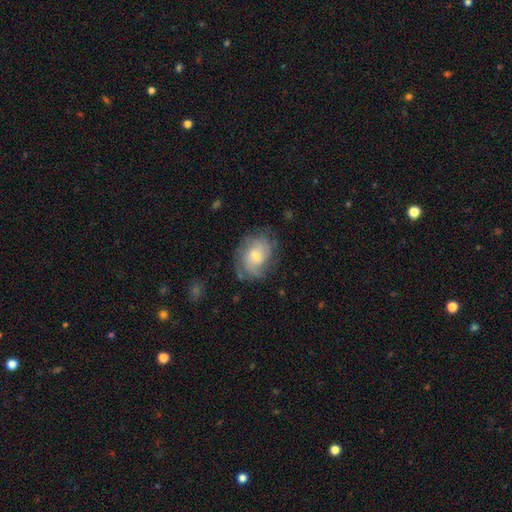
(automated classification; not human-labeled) A featured or disk galaxy (56%) with no bar (63%), spiral arms (83%) and a moderate central bulge (52%).

Vote fractions:
- Smooth or featured? featured or disk: 56% / smooth: 37% / star or artifact: 7%
- Edge-on disk? no: 97% / yes: 3%
- Bar? no: 63% / weak: 33% / strong: 5%
- Spiral arms? yes: 83% / no: 17%
- Bulge size? moderate: 52% / small: 39% / large: 5% / none: 3% / dominant: 1%
- Merging? none: 66% / minor disturbance: 23% / major disturbance: 10% / merger: 1%